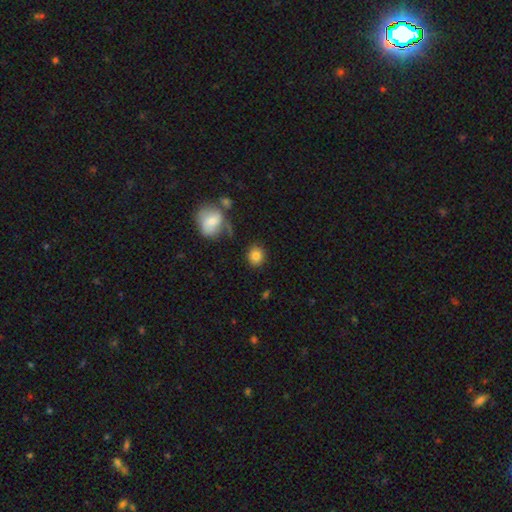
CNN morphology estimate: Overall: smooth (84%). How rounded: round (78%). Merging: none (81%).